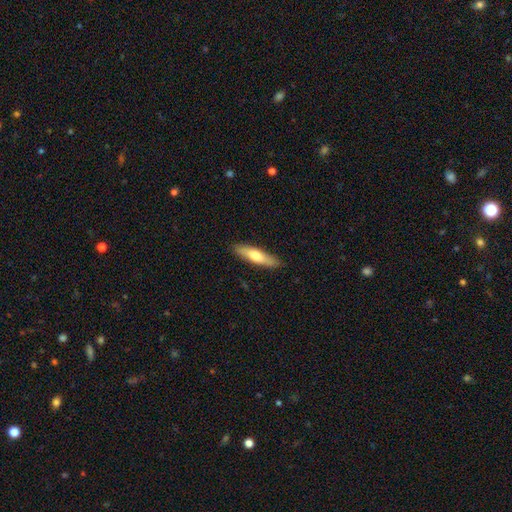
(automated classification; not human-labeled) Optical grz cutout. It shows a smooth galaxy with no disk features (61%) that is cigar-shaped (78%). Merging: none (90%).